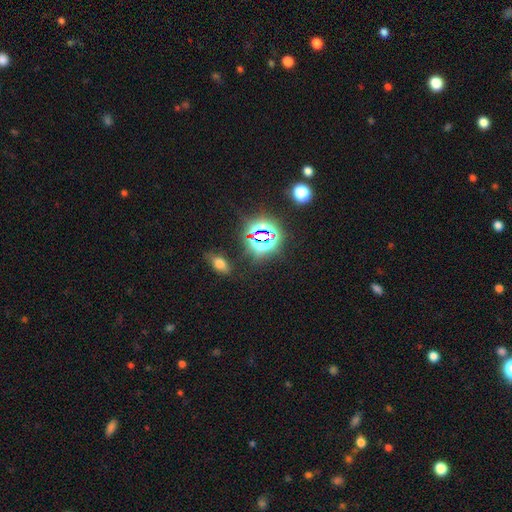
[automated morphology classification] Q: Smooth or featured?
A: star or artifact (65%); runner-up: smooth (24%)